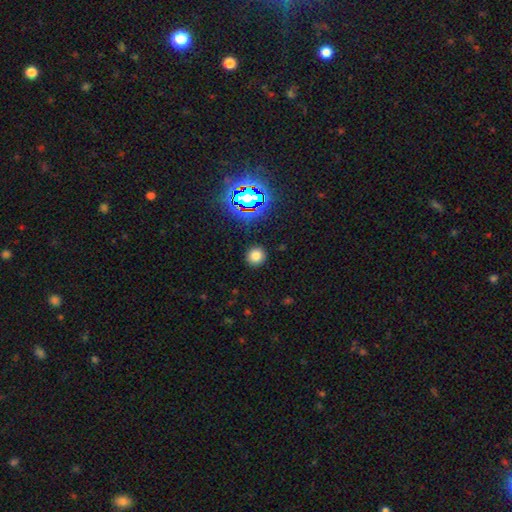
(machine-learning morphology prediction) Smooth or featured?
  - smooth: 75% *
  - star or artifact: 19%
  - featured or disk: 6%
How rounded?
  - round: 91% *
  - in between: 8%
  - cigar-shaped: 1%
Merging?
  - none: 90% *
  - minor disturbance: 6%
  - major disturbance: 2%
  - merger: 1%